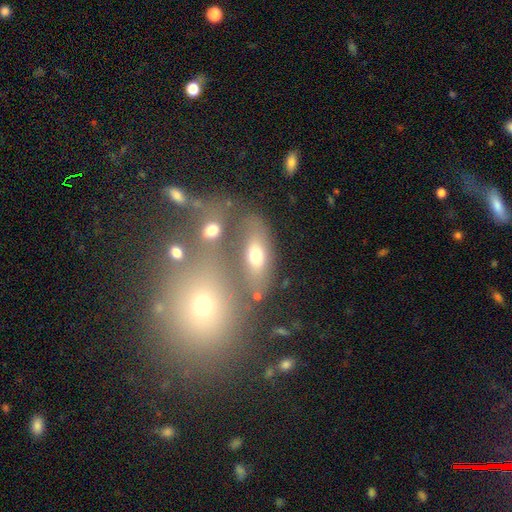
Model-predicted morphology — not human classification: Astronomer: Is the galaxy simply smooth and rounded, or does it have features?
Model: smooth — 66%.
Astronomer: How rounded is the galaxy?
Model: in between — 70%.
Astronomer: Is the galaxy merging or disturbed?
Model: none — 51% (runner-up: merger, 28%).